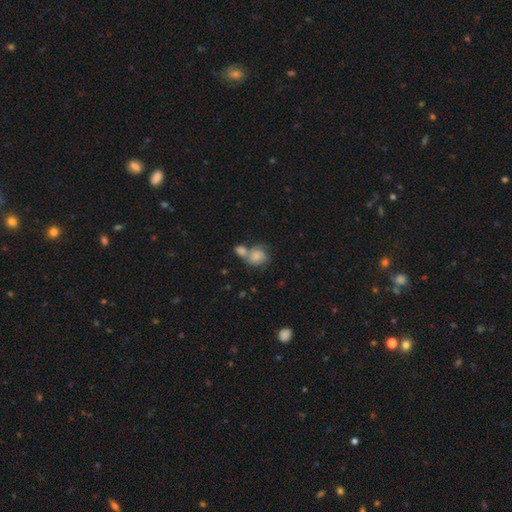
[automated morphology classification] type=smooth (65%); roundness=round (57%); merging=merger (56%).